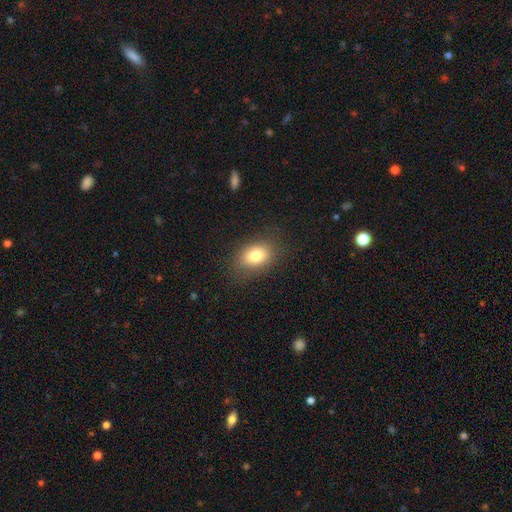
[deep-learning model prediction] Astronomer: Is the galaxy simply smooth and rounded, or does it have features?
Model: smooth — 80%.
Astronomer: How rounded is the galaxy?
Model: in between — 76%.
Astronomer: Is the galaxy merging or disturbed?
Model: none — 80%.